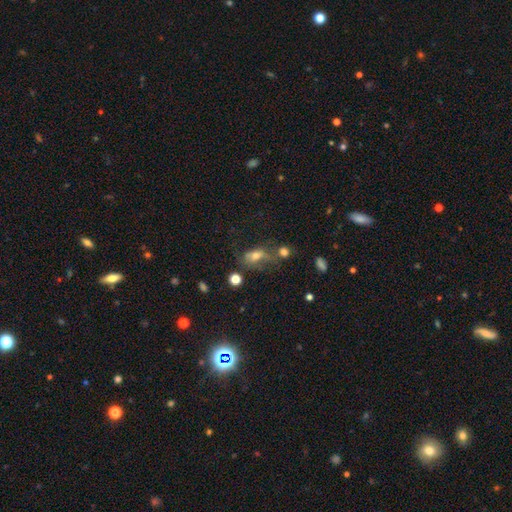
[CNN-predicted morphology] Smooth or featured? smooth (53%)
How rounded? in between (71%)
Merging? none (39%)